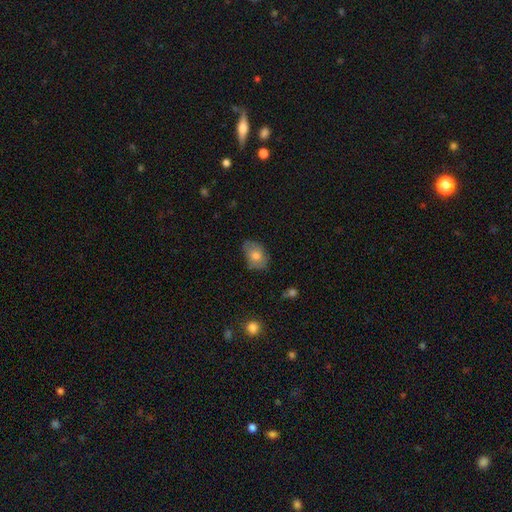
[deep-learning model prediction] smooth-or-featured: smooth: 75% | featured or disk: 17% | star or artifact: 8%
  how-rounded: in between: 81% | round: 18% | cigar-shaped: 1%
  merging: none: 68% | minor disturbance: 26% | major disturbance: 5% | merger: 2%